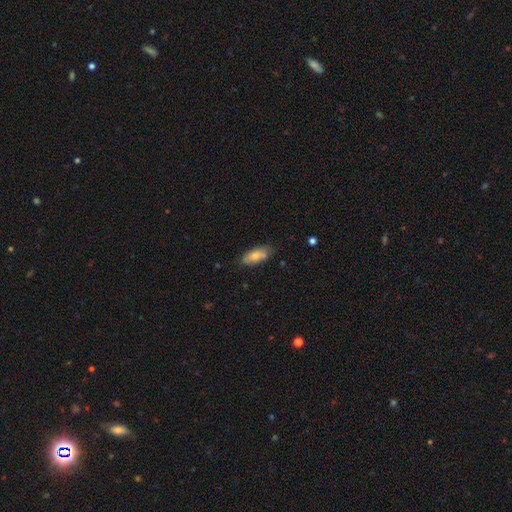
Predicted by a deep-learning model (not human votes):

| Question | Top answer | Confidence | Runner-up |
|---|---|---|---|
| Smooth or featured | smooth | 74% | featured or disk (19%) |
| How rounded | in between | 83% | cigar-shaped (15%) |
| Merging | none | 69% | minor disturbance (23%) |